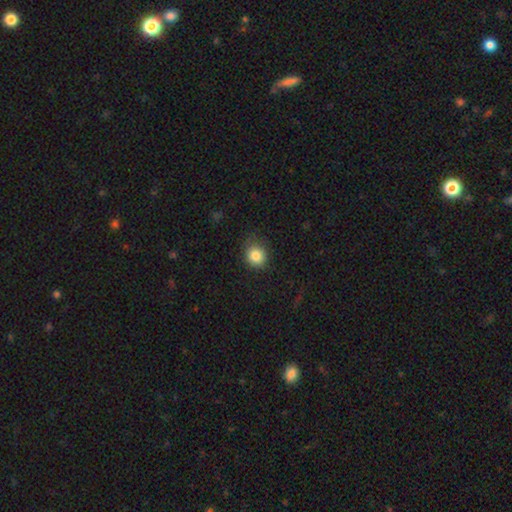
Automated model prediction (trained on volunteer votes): Overall: smooth (85%). How rounded: round (83%). Merging: none (74%).